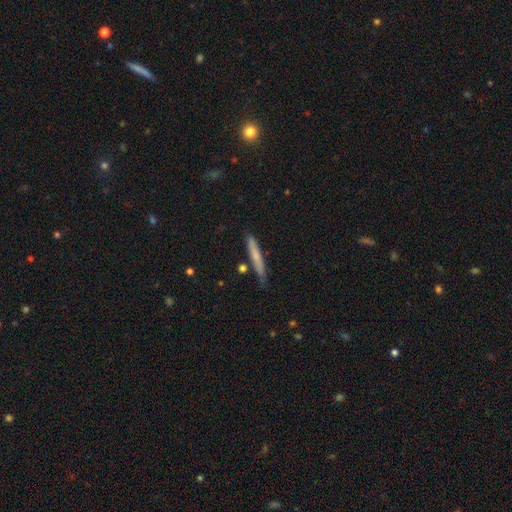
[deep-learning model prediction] This is likely a smooth galaxy (65%). How rounded: clearly cigar-shaped (95%). Merging: clearly none (80%).